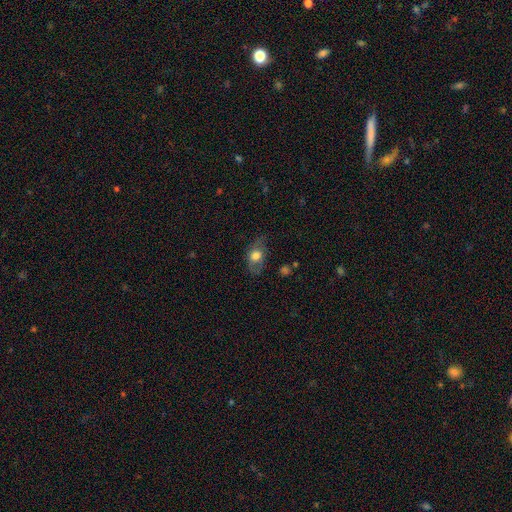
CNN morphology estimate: Smooth or featured?
  - smooth: 62% *
  - featured or disk: 30%
  - star or artifact: 8%
How rounded?
  - in between: 76% *
  - round: 20%
  - cigar-shaped: 3%
Merging?
  - none: 57% *
  - minor disturbance: 27%
  - major disturbance: 14%
  - merger: 2%